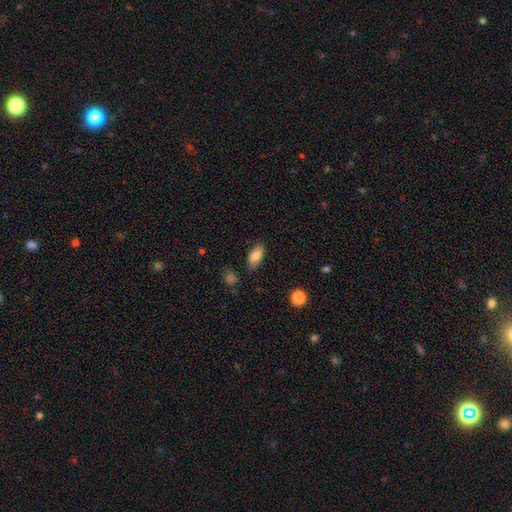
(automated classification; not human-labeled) Smooth or featured: smooth — 84% (featured or disk — 9%)
How rounded: in between — 90% (cigar-shaped — 7%)
Merging: none — 82% (minor disturbance — 13%)